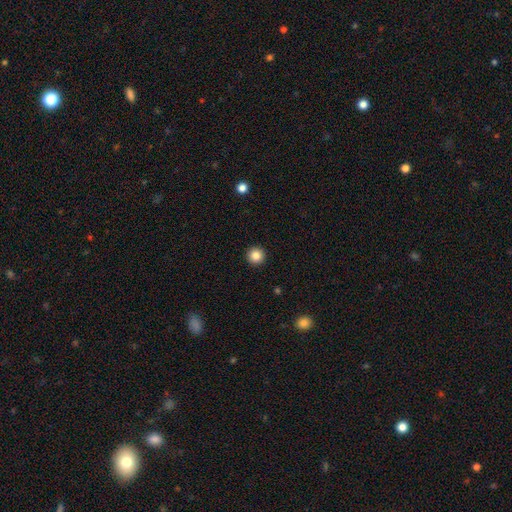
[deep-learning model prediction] Smooth or featured?
  - smooth: 85% *
  - star or artifact: 10%
  - featured or disk: 5%
How rounded?
  - round: 96% *
  - in between: 3%
  - cigar-shaped: 1%
Merging?
  - none: 94% *
  - minor disturbance: 4%
  - major disturbance: 1%
  - merger: 1%